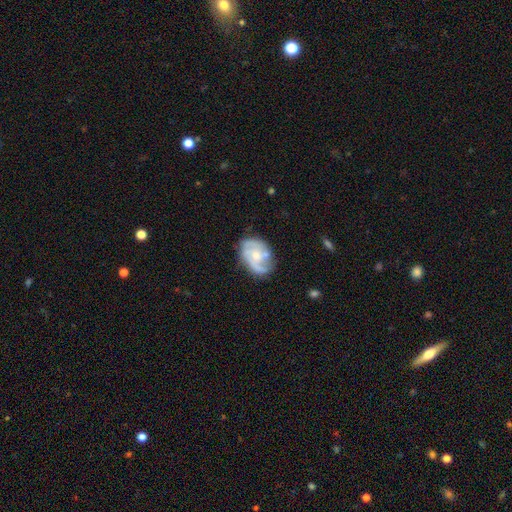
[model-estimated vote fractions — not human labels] smooth-or-featured: featured or disk: 78% | smooth: 17% | star or artifact: 5%
  disk-edge-on: no: 97% | yes: 3%
    bar: no: 66% | weak: 29% | strong: 5%
    has-spiral-arms: yes: 90% | no: 10%
      spiral-winding: medium: 46% | tight: 31% | loose: 22%
      spiral-arm-count: 2: 48% | 3: 22% | can't tell: 18% | 1: 6% | 4: 3% | more than 4: 3%
    bulge-size: small: 47% | moderate: 46% | none: 3% | large: 2% | dominant: 1%
  merging: none: 60% | minor disturbance: 24% | major disturbance: 11% | merger: 4%